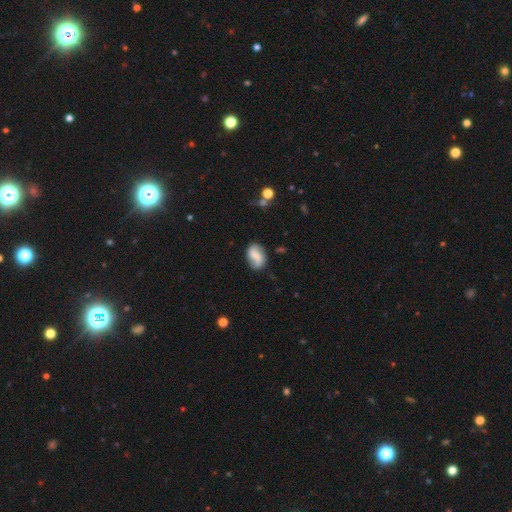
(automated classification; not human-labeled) A smooth galaxy with no disk features (57%) that is in between round and cigar-shaped (82%). Merging: none (71%).